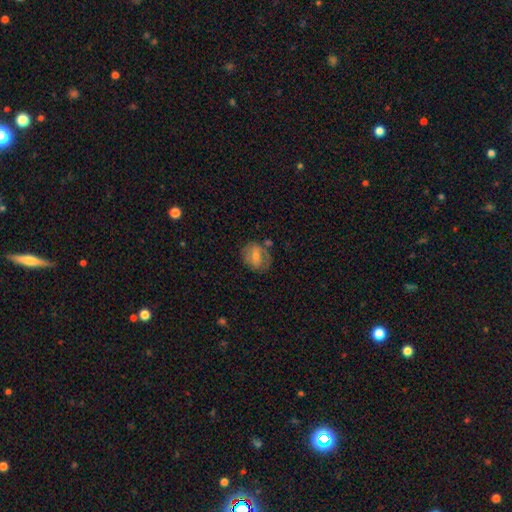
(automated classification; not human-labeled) smooth 49%, featured or disk 40%, star or artifact 11%. Down the decision tree: merging — none (69%).